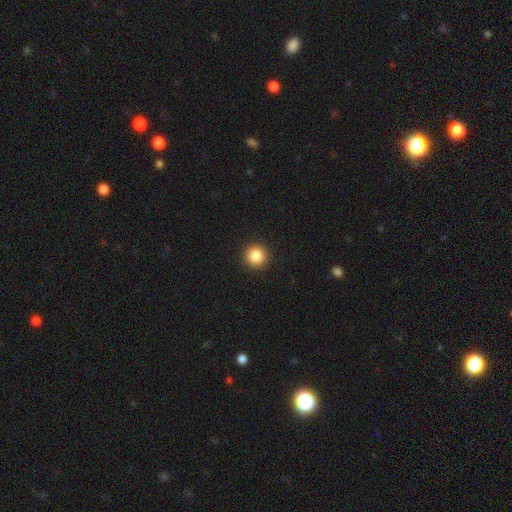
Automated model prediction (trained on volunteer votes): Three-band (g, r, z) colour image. It shows a smooth galaxy with no disk features (85%) that is round (95%). Merging: none (93%).